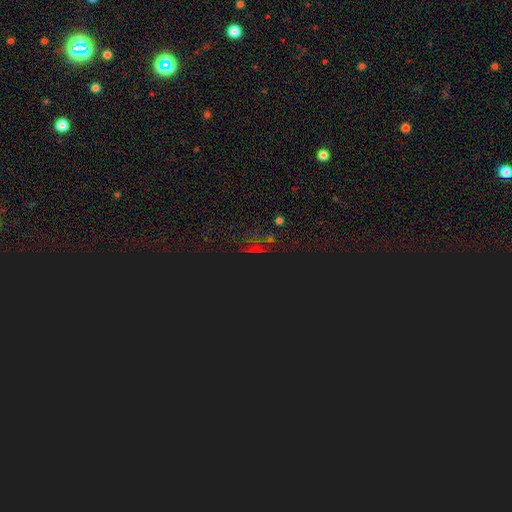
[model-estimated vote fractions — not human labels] smooth_or_featured: star or artifact (p=0.80) [alt: smooth p=0.12]